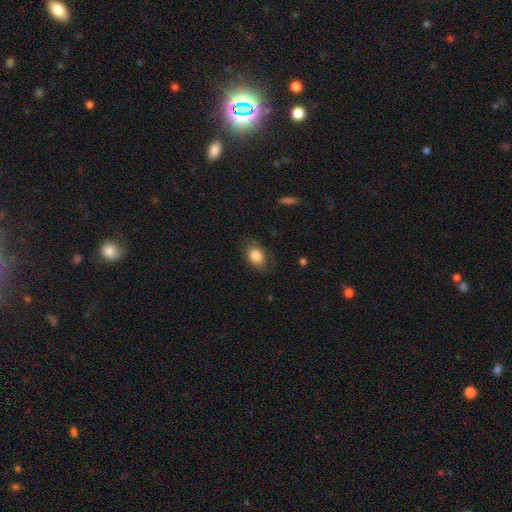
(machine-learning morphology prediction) A smooth galaxy with no disk features (84%) that is in between round and cigar-shaped (79%).

Vote fractions:
- Smooth or featured? smooth: 84% / featured or disk: 9% / star or artifact: 7%
- How rounded? in between: 79% / round: 20% / cigar-shaped: 1%
- Merging? none: 73% / minor disturbance: 20% / major disturbance: 6% / merger: 1%